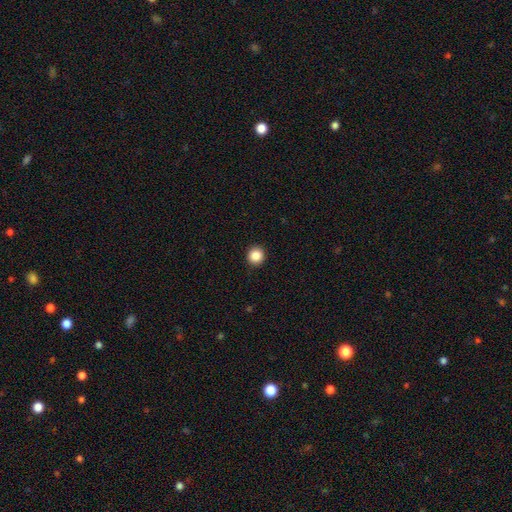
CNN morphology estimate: Smooth or featured? smooth (87%)
How rounded? round (94%)
Merging? none (93%)